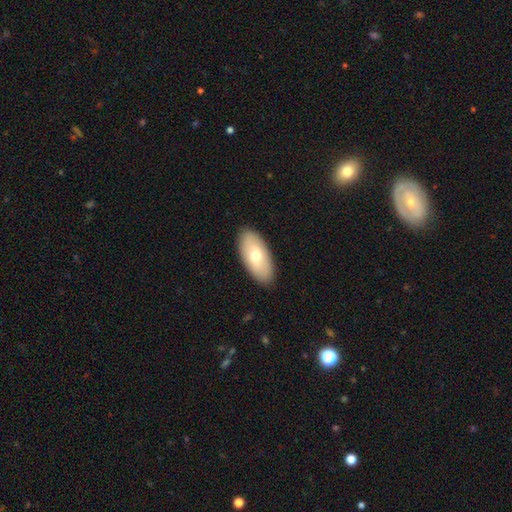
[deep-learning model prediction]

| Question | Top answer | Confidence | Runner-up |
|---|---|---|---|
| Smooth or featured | smooth | 69% | featured or disk (26%) |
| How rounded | in between | 91% | cigar-shaped (7%) |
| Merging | none | 89% | minor disturbance (8%) |